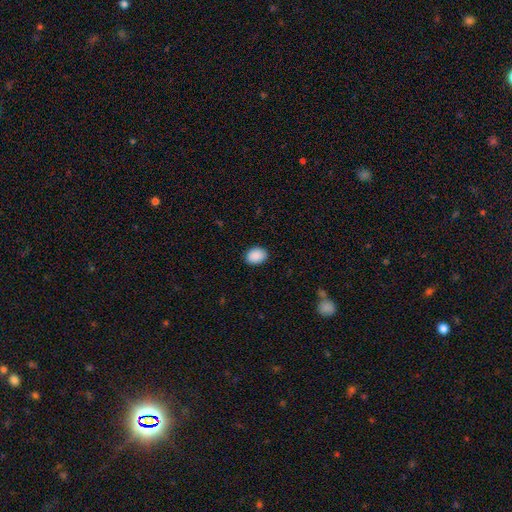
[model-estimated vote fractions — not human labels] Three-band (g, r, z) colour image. It shows a smooth galaxy with no disk features (90%) that is in between round and cigar-shaped (67%). Merging: none (89%).